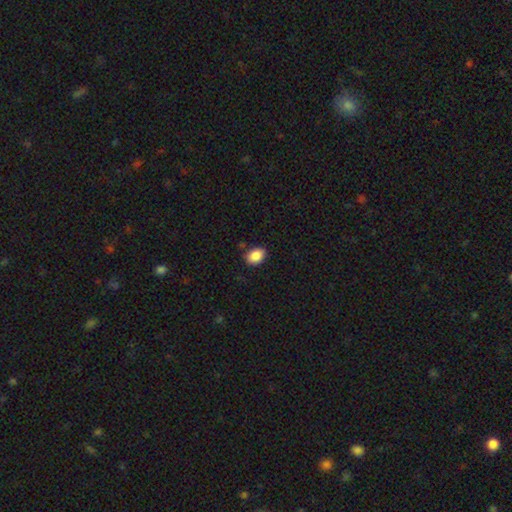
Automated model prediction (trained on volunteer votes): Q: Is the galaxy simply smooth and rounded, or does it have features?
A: smooth — 88%.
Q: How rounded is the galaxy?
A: in between — 79%.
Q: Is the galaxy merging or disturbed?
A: none — 83%.